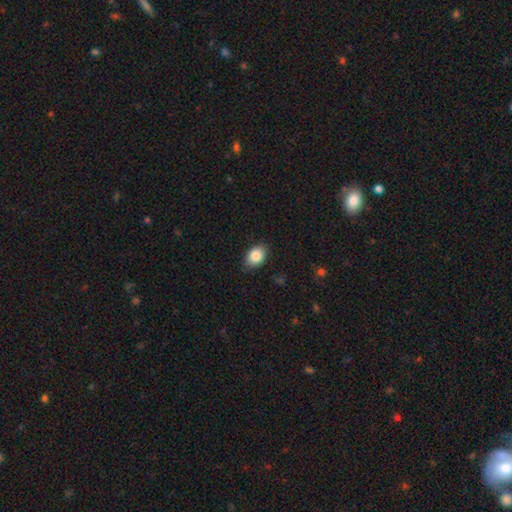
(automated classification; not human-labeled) This appears to be a smooth galaxy with no disk features (87%) that is in between round and cigar-shaped (81%). Merging: none (83%).